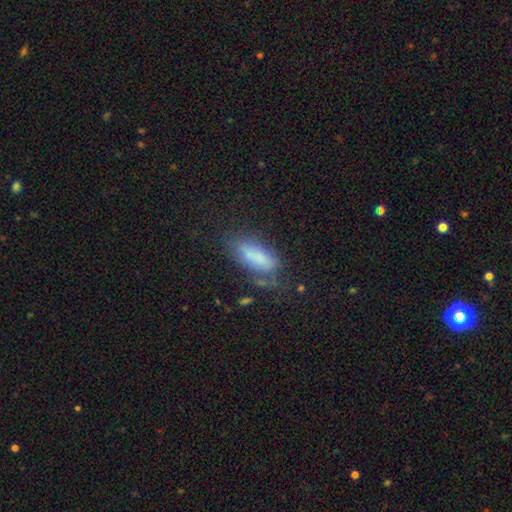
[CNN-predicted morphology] Smooth or featured: smooth — 72% (featured or disk — 19%)
How rounded: in between — 73% (cigar-shaped — 25%)
Merging: none — 47% (minor disturbance — 27%)